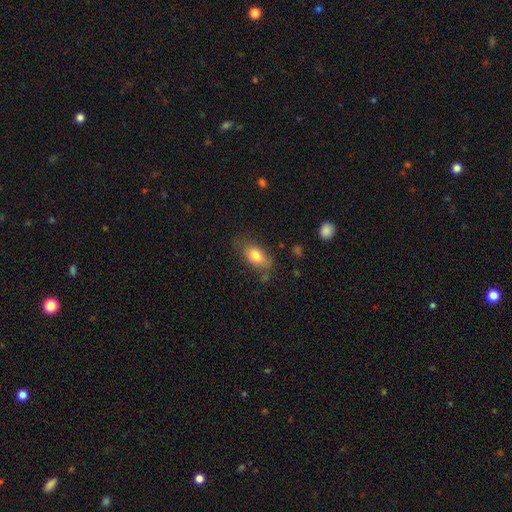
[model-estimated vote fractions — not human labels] A smooth galaxy with no disk features (79%) that is in between round and cigar-shaped (89%).

Vote fractions:
- Smooth or featured? smooth: 79% / featured or disk: 14% / star or artifact: 7%
- How rounded? in between: 89% / round: 6% / cigar-shaped: 5%
- Merging? none: 65% / minor disturbance: 24% / major disturbance: 8% / merger: 3%